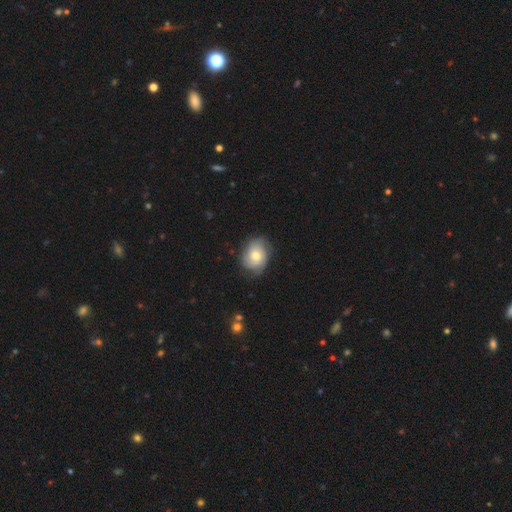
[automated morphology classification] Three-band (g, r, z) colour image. It shows a smooth galaxy with no disk features (60%) that is in between round and cigar-shaped (53%). Merging: none (72%).